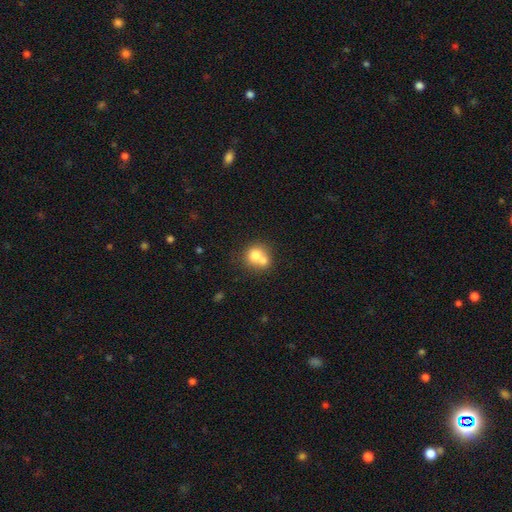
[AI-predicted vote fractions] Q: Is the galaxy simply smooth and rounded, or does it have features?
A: smooth — 71%.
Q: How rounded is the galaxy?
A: round — 78%.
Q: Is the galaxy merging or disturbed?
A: merger — 56%.